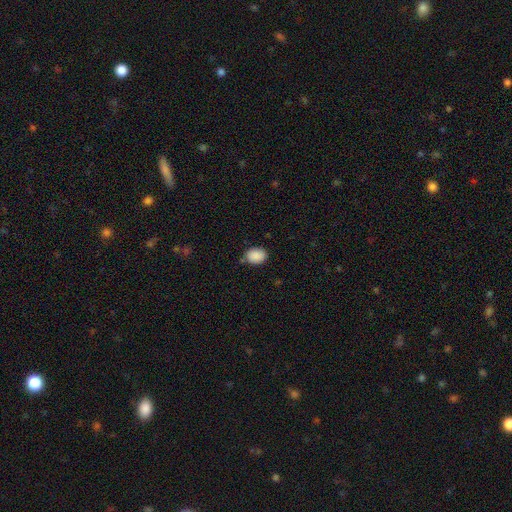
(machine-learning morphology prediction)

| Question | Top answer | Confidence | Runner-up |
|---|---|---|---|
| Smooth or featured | smooth | 88% | star or artifact (8%) |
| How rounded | in between | 63% | round (36%) |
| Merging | none | 73% | minor disturbance (20%) |